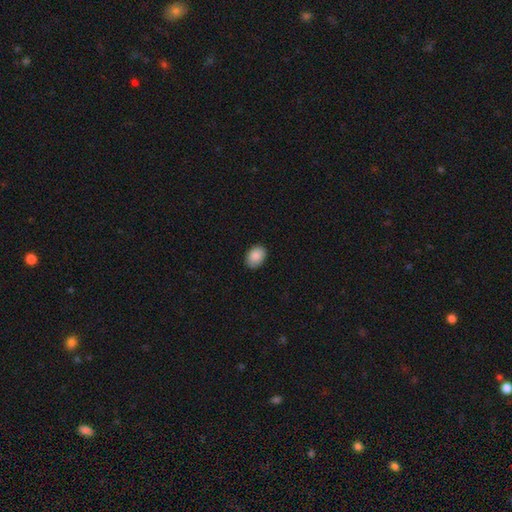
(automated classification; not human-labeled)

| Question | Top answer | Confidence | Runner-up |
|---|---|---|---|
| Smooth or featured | smooth | 89% | star or artifact (7%) |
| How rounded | in between | 78% | round (21%) |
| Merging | none | 86% | minor disturbance (11%) |